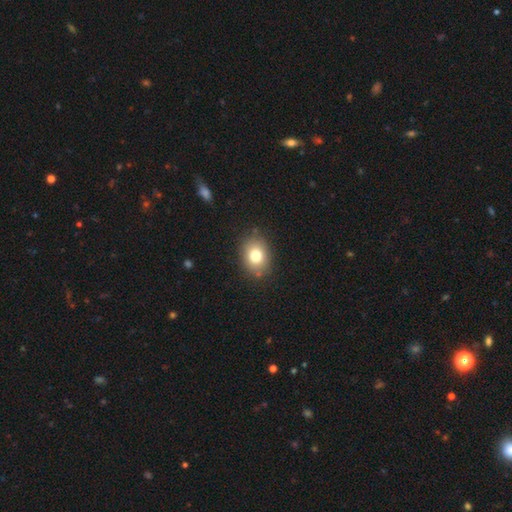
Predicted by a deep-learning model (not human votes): smooth-or-featured: smooth: 77% | featured or disk: 12% | star or artifact: 11%
  how-rounded: in between: 59% | round: 40% | cigar-shaped: 1%
  merging: none: 83% | minor disturbance: 12% | major disturbance: 3% | merger: 2%